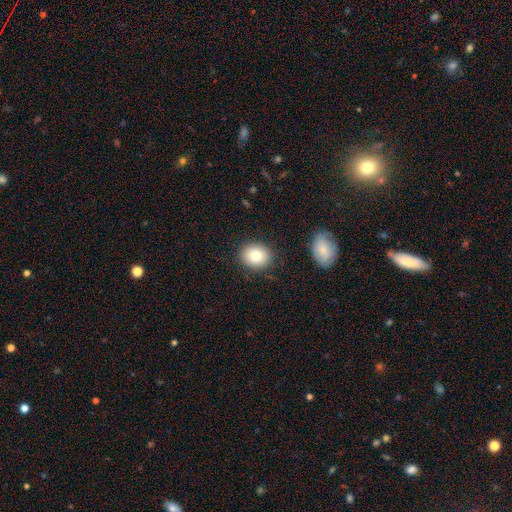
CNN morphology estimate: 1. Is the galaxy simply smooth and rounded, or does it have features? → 81% smooth, 10% featured or disk, 9% star or artifact.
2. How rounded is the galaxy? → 65% round, 34% in between, 1% cigar-shaped.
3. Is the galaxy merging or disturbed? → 86% none, 9% minor disturbance, 3% major disturbance, 2% merger.